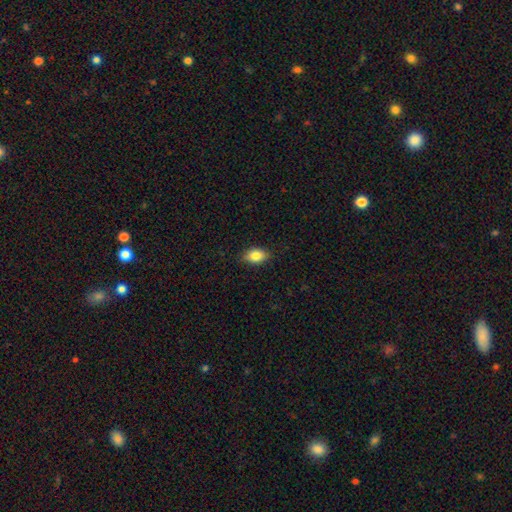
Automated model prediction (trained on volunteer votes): This is clearly a smooth galaxy (82%). How rounded: clearly in between (82%). Merging: clearly none (85%).